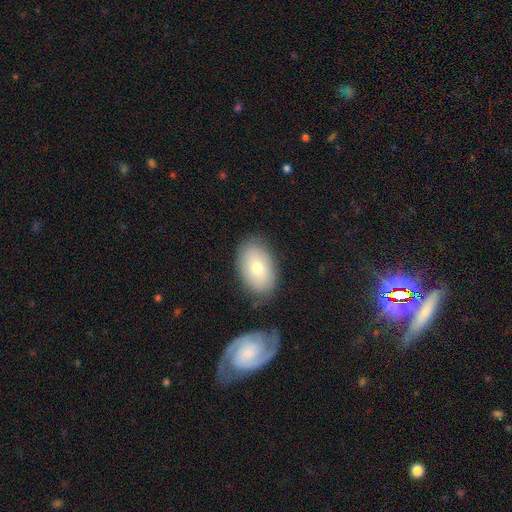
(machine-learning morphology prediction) Smooth or featured?
  - smooth: 61% *
  - featured or disk: 31%
  - star or artifact: 8%
How rounded?
  - in between: 89% *
  - round: 10%
  - cigar-shaped: 1%
Merging?
  - none: 75% *
  - minor disturbance: 14%
  - merger: 7%
  - major disturbance: 4%